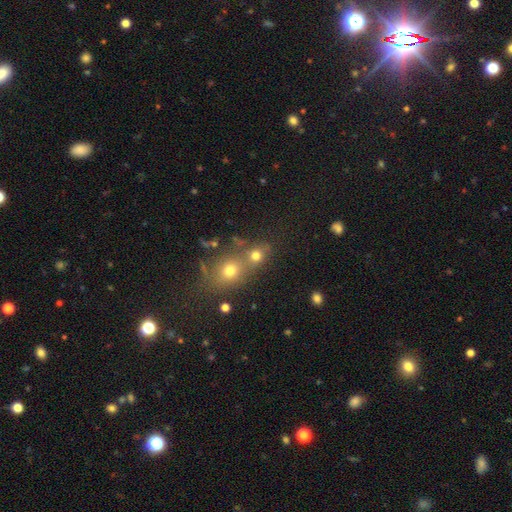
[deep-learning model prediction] A smooth galaxy with no disk features (69%) that is round (69%).

Vote fractions:
- Smooth or featured? smooth: 69% / star or artifact: 19% / featured or disk: 12%
- How rounded? round: 69% / in between: 29% / cigar-shaped: 2%
- Merging? merger: 46% / none: 42% / minor disturbance: 8% / major disturbance: 4%